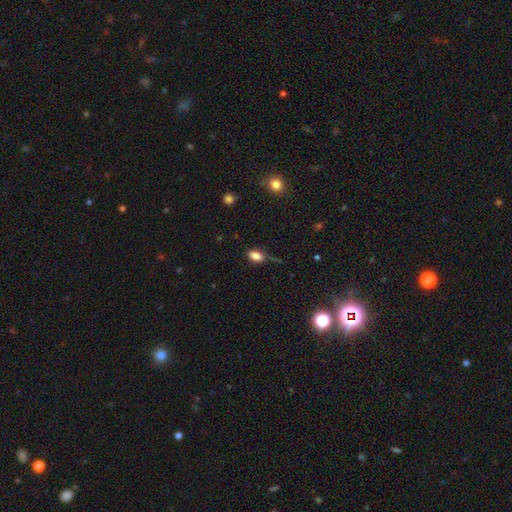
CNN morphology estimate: A smooth galaxy with no disk features (81%) that is in between round and cigar-shaped (87%).

Vote fractions:
- Smooth or featured? smooth: 81% / star or artifact: 10% / featured or disk: 9%
- How rounded? in between: 87% / round: 9% / cigar-shaped: 4%
- Merging? none: 59% / minor disturbance: 27% / major disturbance: 10% / merger: 4%